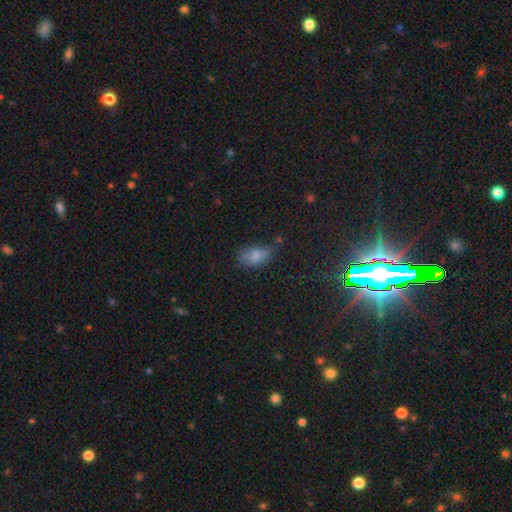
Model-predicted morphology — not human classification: A smooth galaxy with no disk features (75%) that is in between round and cigar-shaped (89%).

Vote fractions:
- Smooth or featured? smooth: 75% / featured or disk: 12% / star or artifact: 12%
- How rounded? in between: 89% / round: 7% / cigar-shaped: 4%
- Merging? none: 52% / minor disturbance: 30% / major disturbance: 12% / merger: 6%